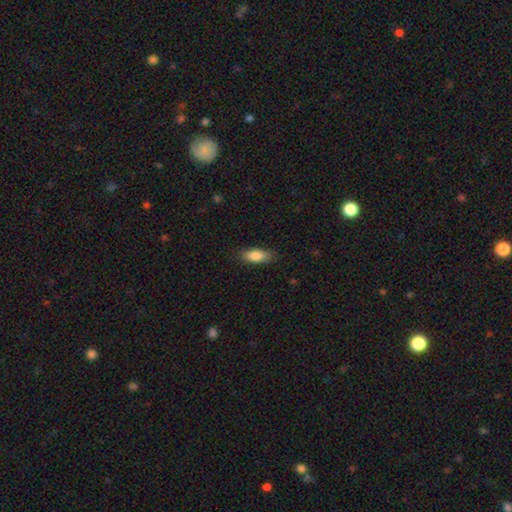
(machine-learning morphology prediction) Overall: smooth (85%). How rounded: in between (79%). Merging: none (82%).